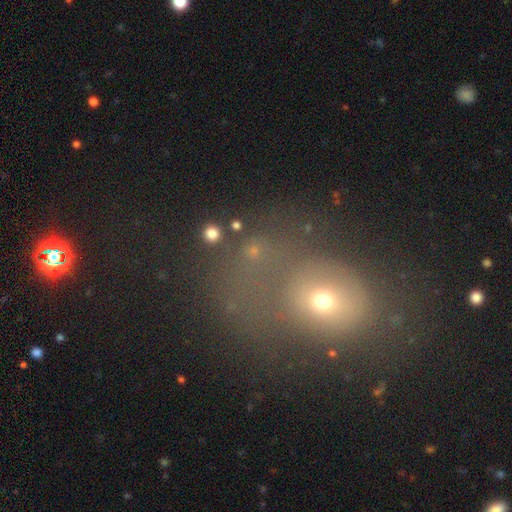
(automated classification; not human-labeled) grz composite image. It shows a smooth galaxy with no disk features (51%) that is in between round and cigar-shaped (49%, tied with round). Merging: none (42%).